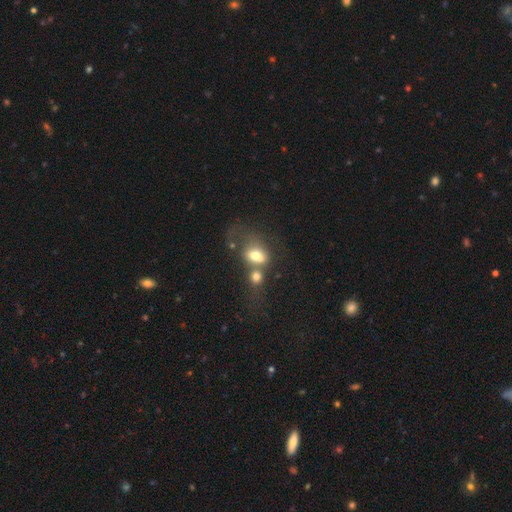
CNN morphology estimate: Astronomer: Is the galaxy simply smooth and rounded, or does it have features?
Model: smooth — 67%.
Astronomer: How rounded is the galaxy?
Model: in between — 62%.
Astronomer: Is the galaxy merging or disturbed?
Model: merger — 61%.